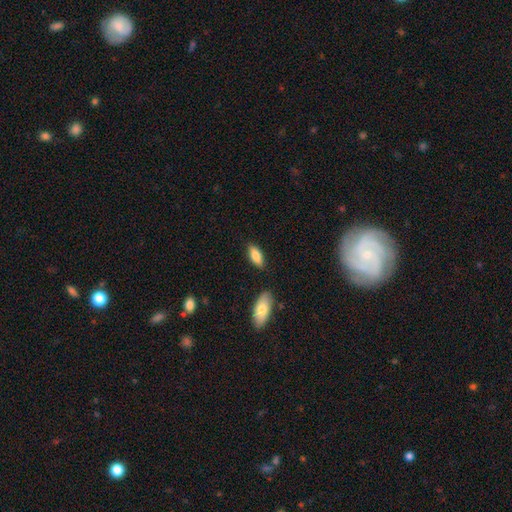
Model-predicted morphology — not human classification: Smooth or featured: smooth — 83% (featured or disk — 11%)
How rounded: in between — 79% (cigar-shaped — 19%)
Merging: none — 82% (minor disturbance — 12%)